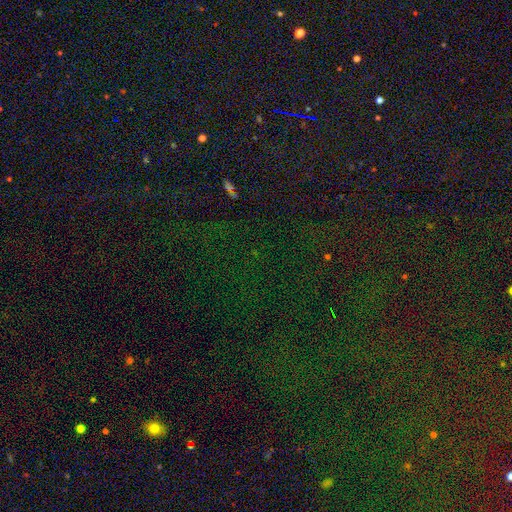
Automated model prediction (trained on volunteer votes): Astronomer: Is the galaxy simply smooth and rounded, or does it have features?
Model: star or artifact — 81%.